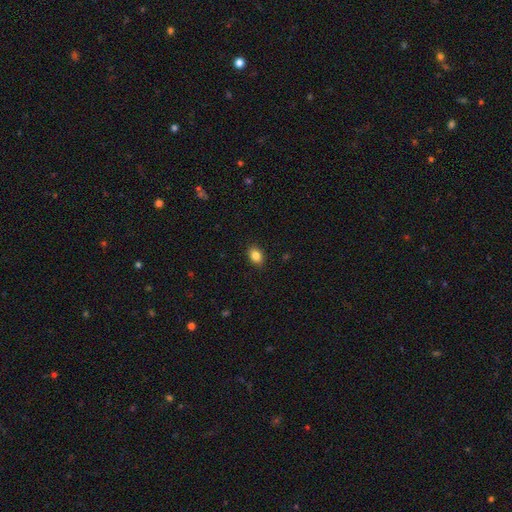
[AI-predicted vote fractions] Q: Smooth or featured?
A: smooth (86%); runner-up: star or artifact (9%)
Q: How rounded?
A: in between (75%); runner-up: round (24%)
Q: Merging?
A: none (89%); runner-up: minor disturbance (8%)